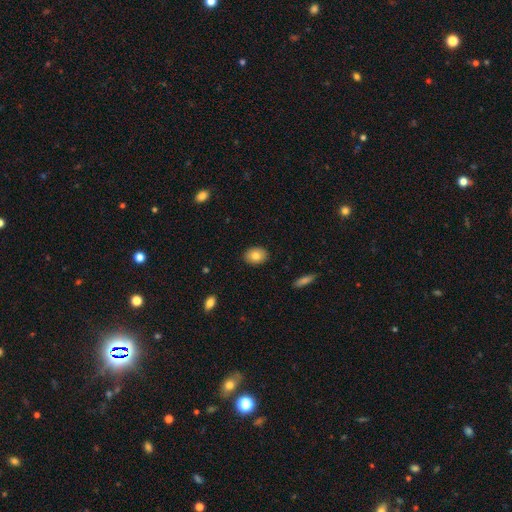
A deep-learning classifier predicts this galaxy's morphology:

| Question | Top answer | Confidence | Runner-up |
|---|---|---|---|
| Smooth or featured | smooth | 82% | featured or disk (10%) |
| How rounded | in between | 72% | round (27%) |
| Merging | none | 90% | minor disturbance (7%) |